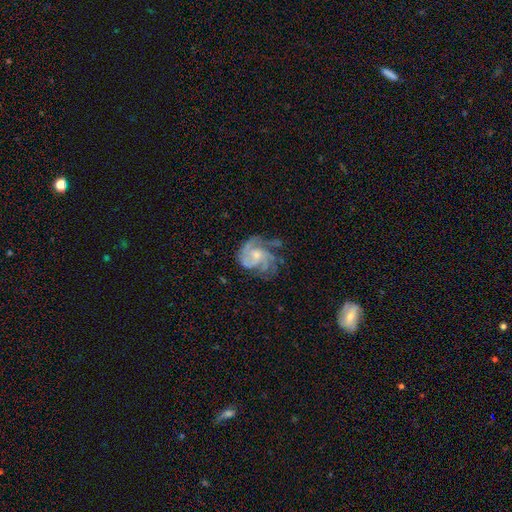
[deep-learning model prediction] Q: Smooth or featured?
A: featured or disk (86%); runner-up: smooth (8%)
Q: Edge-on disk?
A: no (98%); runner-up: yes (2%)
Q: Bar?
A: no (68%); runner-up: weak (28%)
Q: Spiral arms?
A: yes (96%); runner-up: no (4%)
Q: Spiral winding?
A: medium (46%); runner-up: tight (42%)
Q: Spiral arm count?
A: 3 (37%); runner-up: 4 (24%)
Q: Bulge size?
A: small (49%); runner-up: moderate (41%)
Q: Merging?
A: none (57%); runner-up: minor disturbance (23%)